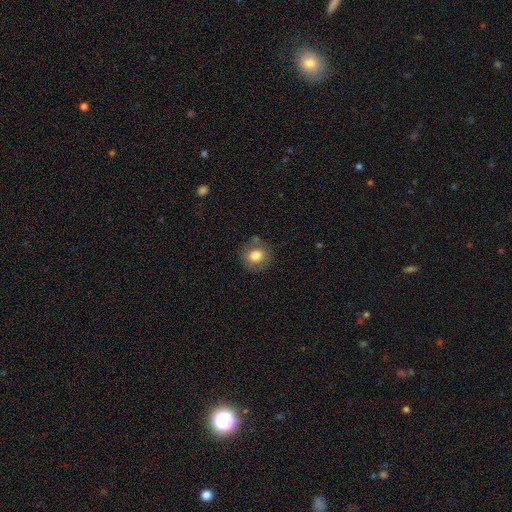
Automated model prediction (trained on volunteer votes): smooth-or-featured: smooth: 78% | featured or disk: 12% | star or artifact: 9%
  how-rounded: round: 86% | in between: 14% | cigar-shaped: 1%
  merging: none: 79% | minor disturbance: 13% | merger: 4% | major disturbance: 4%